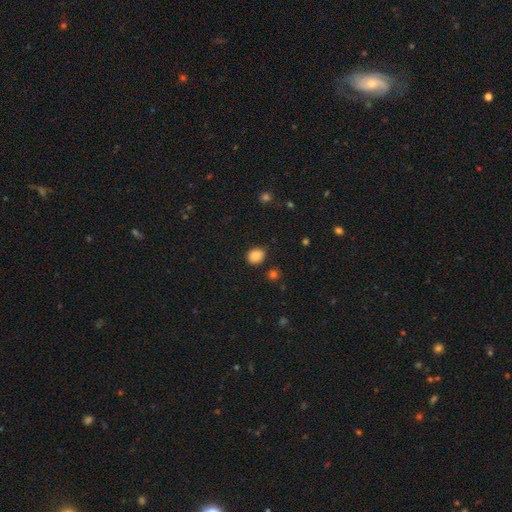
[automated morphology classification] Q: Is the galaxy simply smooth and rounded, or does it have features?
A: smooth — 86%.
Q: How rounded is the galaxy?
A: round — 64%.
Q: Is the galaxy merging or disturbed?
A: none — 82%.